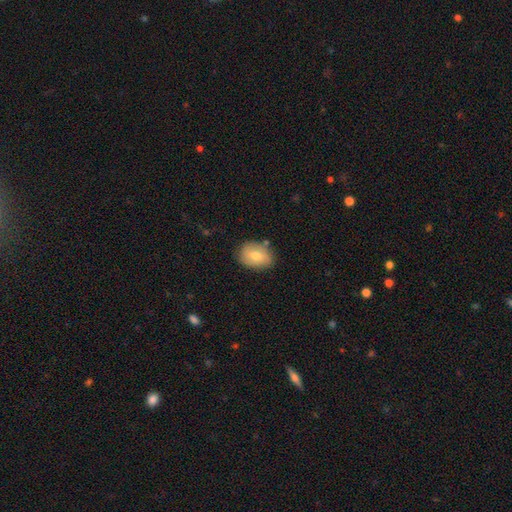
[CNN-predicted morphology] The model was most divided on "how rounded": in between: 73%, round: 25%, cigar-shaped: 1%. More confident: merging — none (79%); smooth or featured — smooth (70%).